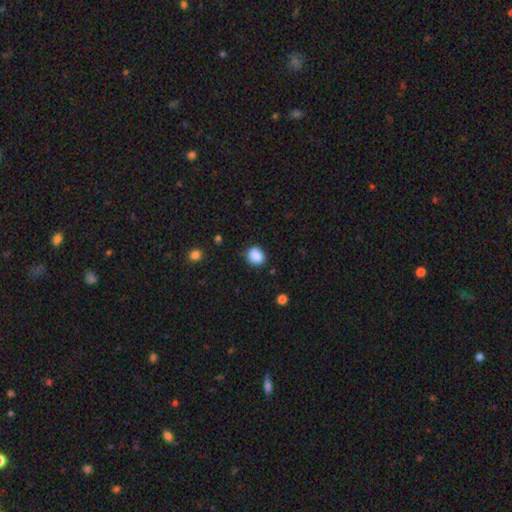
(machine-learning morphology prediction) Smooth or featured?
  - smooth: 87% *
  - star or artifact: 9%
  - featured or disk: 4%
How rounded?
  - round: 62% *
  - in between: 37%
  - cigar-shaped: 1%
Merging?
  - none: 78% *
  - minor disturbance: 16%
  - major disturbance: 4%
  - merger: 2%